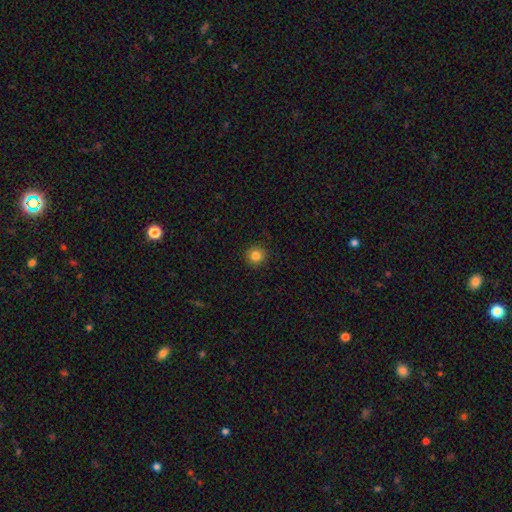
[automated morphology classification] Smooth or featured?
  - smooth: 83% *
  - star or artifact: 12%
  - featured or disk: 5%
How rounded?
  - round: 94% *
  - in between: 5%
  - cigar-shaped: 1%
Merging?
  - none: 91% *
  - minor disturbance: 6%
  - major disturbance: 2%
  - merger: 1%